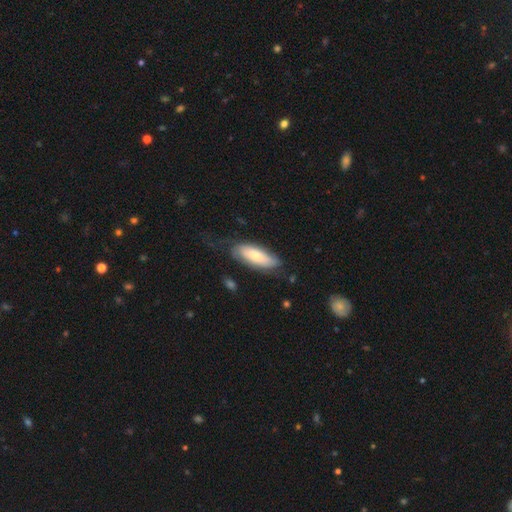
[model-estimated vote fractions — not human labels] Smooth or featured?
  - smooth: 64% *
  - featured or disk: 30%
  - star or artifact: 5%
How rounded?
  - in between: 73% *
  - cigar-shaped: 25%
  - round: 2%
Merging?
  - none: 57% *
  - minor disturbance: 26%
  - major disturbance: 14%
  - merger: 2%